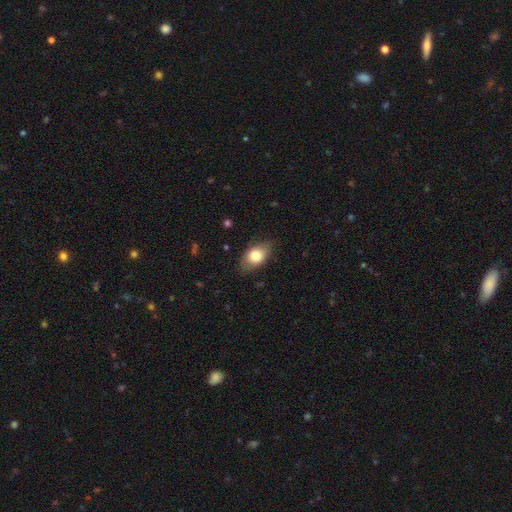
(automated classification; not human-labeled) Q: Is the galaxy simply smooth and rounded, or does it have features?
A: smooth — 78%.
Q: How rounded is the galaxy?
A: in between — 88%.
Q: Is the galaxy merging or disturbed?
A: none — 79%.